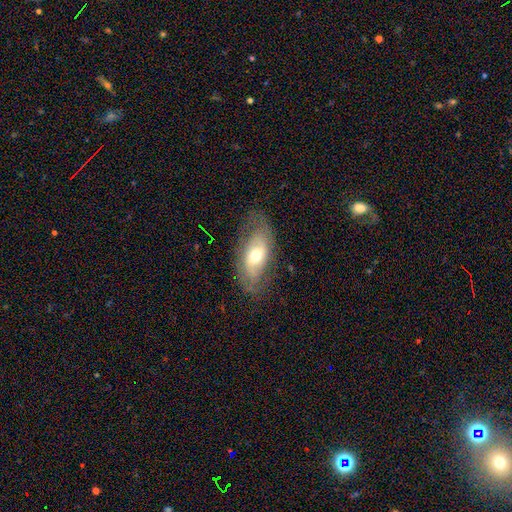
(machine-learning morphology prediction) smooth_or_featured: featured or disk (p=0.54) [alt: smooth p=0.39]
disk_edge_on: no (p=0.87) [alt: yes p=0.13]
merging: none (p=0.69) [alt: minor disturbance p=0.20]